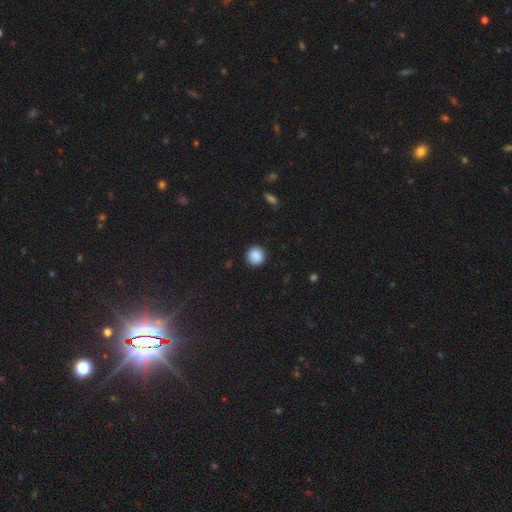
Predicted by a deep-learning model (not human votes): Overall: smooth (88%). How rounded: round (94%). Merging: none (91%).